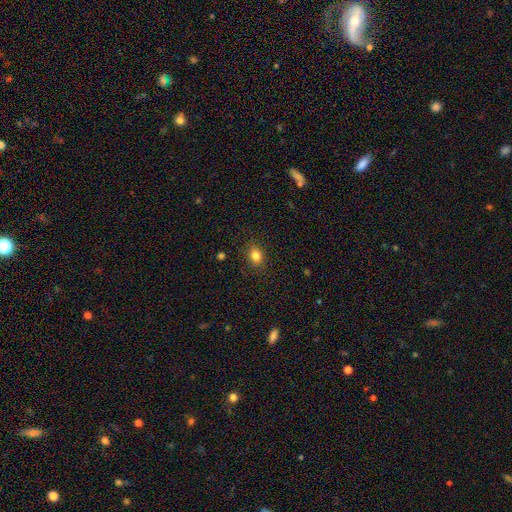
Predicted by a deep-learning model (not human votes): Smooth or featured? Predicted: smooth (p=0.82). How rounded? Predicted: in between (p=0.50). Merging? Predicted: none (p=0.86).